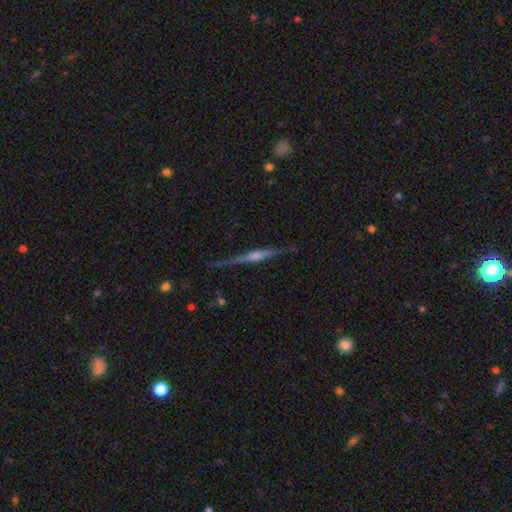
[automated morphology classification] Smooth or featured?
  - featured or disk: 82% *
  - smooth: 11%
  - star or artifact: 7%
Edge-on disk?
  - yes: 98% *
  - no: 2%
Edge-on bulge?
  - rounded: 77% *
  - none: 12%
  - boxy: 11%
Merging?
  - none: 87% *
  - minor disturbance: 10%
  - major disturbance: 2%
  - merger: 2%